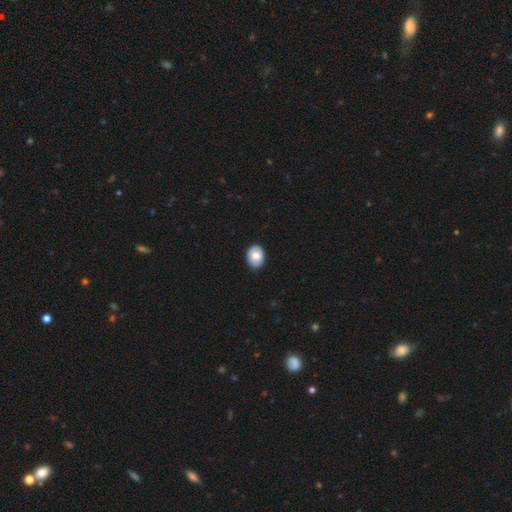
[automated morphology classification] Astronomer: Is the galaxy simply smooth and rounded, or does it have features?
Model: smooth — 74%.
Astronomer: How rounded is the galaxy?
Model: in between — 63%.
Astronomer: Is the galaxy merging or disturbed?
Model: none — 88%.